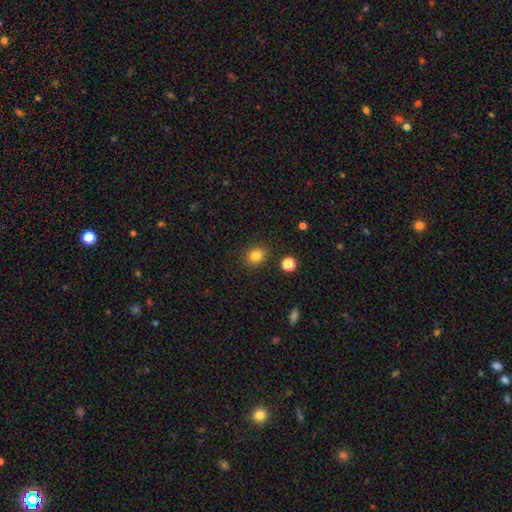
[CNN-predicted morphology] This is clearly a smooth galaxy (83%). How rounded: likely round (71%). Merging: clearly none (87%).